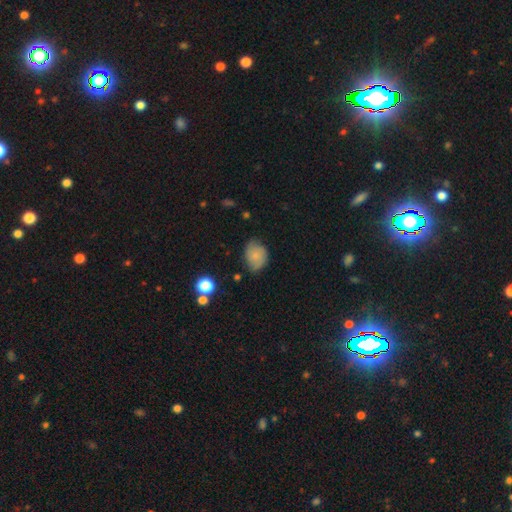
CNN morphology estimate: Overall: smooth (64%; featured or disk 26%). How rounded: in between (61%; round 38%). Merging: none (63%; minor disturbance 29%).